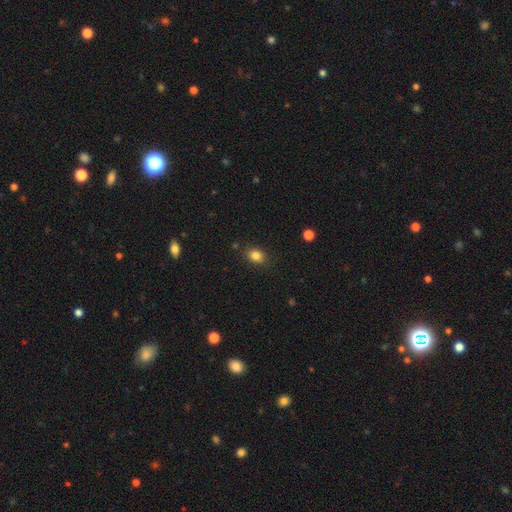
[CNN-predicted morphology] Q: Smooth or featured?
A: smooth (83%); runner-up: star or artifact (11%)
Q: How rounded?
A: in between (60%); runner-up: round (38%)
Q: Merging?
A: none (85%); runner-up: minor disturbance (10%)